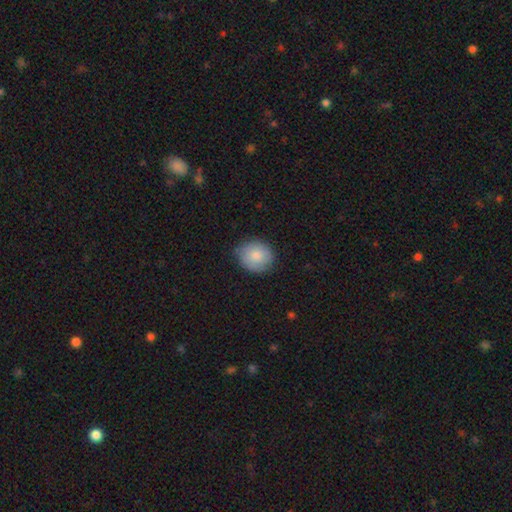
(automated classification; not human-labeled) Smooth or featured? smooth (83%)
How rounded? round (72%)
Merging? none (78%)